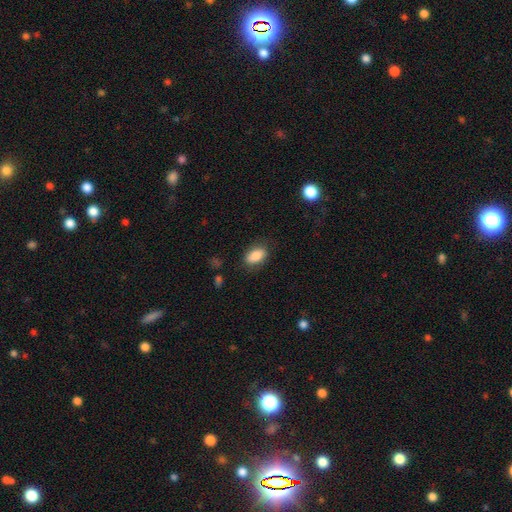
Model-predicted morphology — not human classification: smooth 84%, featured or disk 9%, star or artifact 7%. Down the decision tree: how rounded — in between (89%); merging — none (79%).